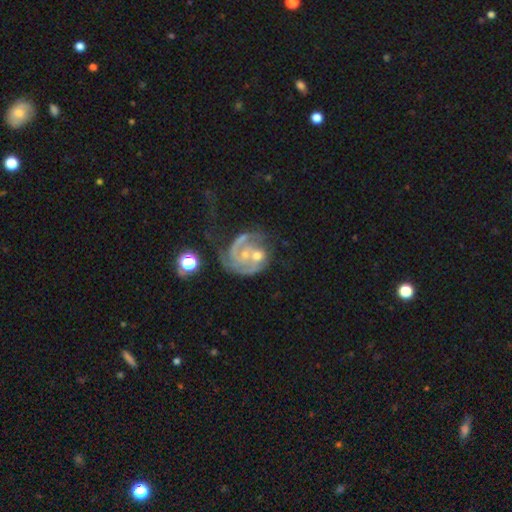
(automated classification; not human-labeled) The model was most divided on "merging": none: 33%, merger: 31%, major disturbance: 20%, minor disturbance: 17%. Remaining: edge-on disk — no (98%); spiral arms — yes (93%); smooth or featured — featured or disk (84%); bar — no (70%); bulge size — small (59%); spiral arm count — 2 (50%); spiral winding — tight (49%).